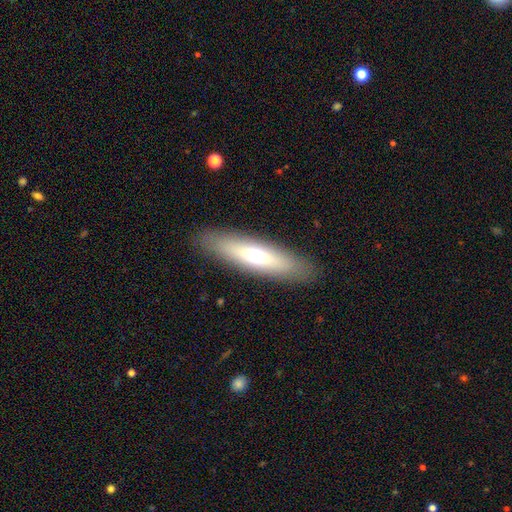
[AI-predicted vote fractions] A smooth galaxy with no disk features (60%) that is cigar-shaped (69%).

Vote fractions:
- Smooth or featured? smooth: 60% / featured or disk: 34% / star or artifact: 6%
- How rounded? cigar-shaped: 69% / in between: 30% / round: 2%
- Merging? none: 89% / minor disturbance: 7% / major disturbance: 2% / merger: 1%